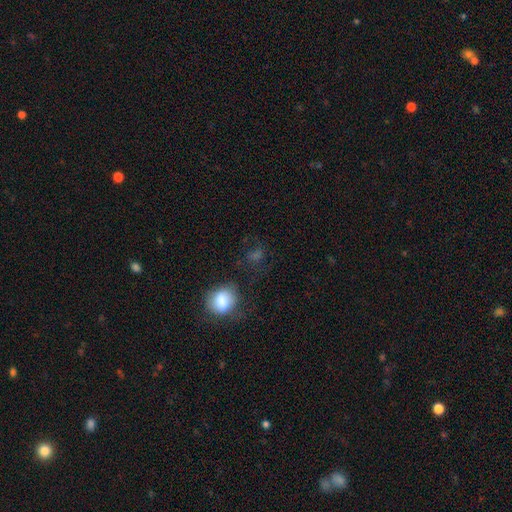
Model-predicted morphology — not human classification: Q: Smooth or featured?
A: smooth (53%); runner-up: star or artifact (29%)
Q: How rounded?
A: round (55%); runner-up: in between (43%)
Q: Merging?
A: none (59%); runner-up: minor disturbance (19%)